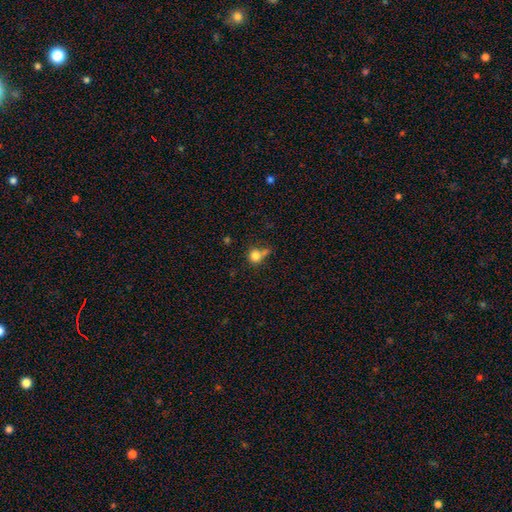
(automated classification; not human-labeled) smooth_or_featured: smooth (p=0.80) [alt: star or artifact p=0.11]
how_rounded: round (p=0.82) [alt: in between p=0.17]
merging: none (p=0.48) [alt: merger p=0.26]